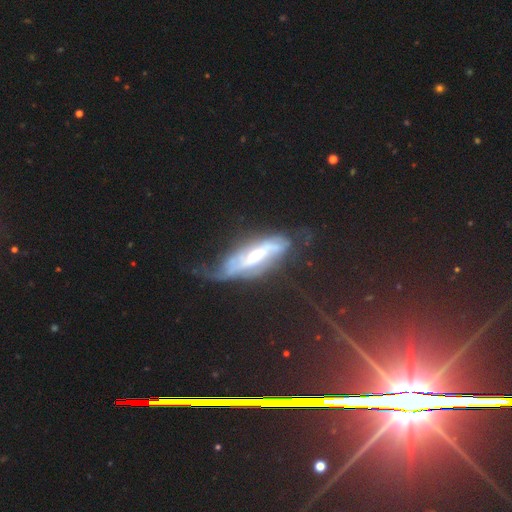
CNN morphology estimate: This is likely a featured or disk galaxy (78%). It is likely not viewed edge-on (71%). Bar: marginally no (35%, tied with weak). Spiral arm pattern: clearly yes (82%). Central bulge: likely moderate (60%). Merging: marginally none (42%).